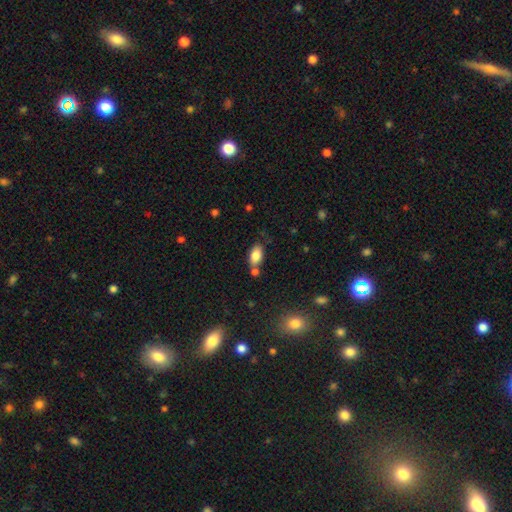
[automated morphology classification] smooth_or_featured: smooth (p=0.83) [alt: featured or disk p=0.08]
how_rounded: in between (p=0.92) [alt: round p=0.05]
merging: none (p=0.60) [alt: merger p=0.20]